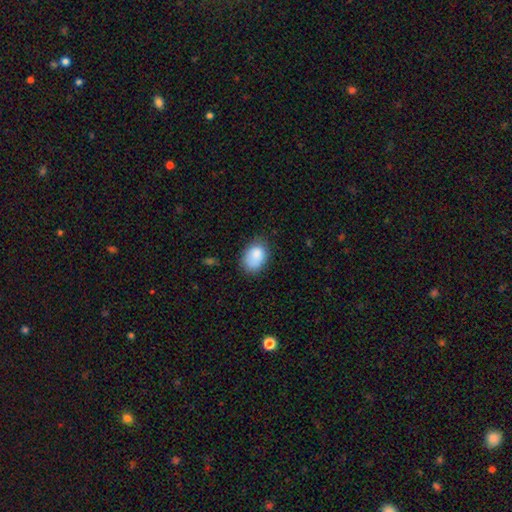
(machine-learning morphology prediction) Q: Smooth or featured?
A: smooth (85%); runner-up: star or artifact (8%)
Q: How rounded?
A: in between (75%); runner-up: round (24%)
Q: Merging?
A: none (65%); runner-up: minor disturbance (25%)